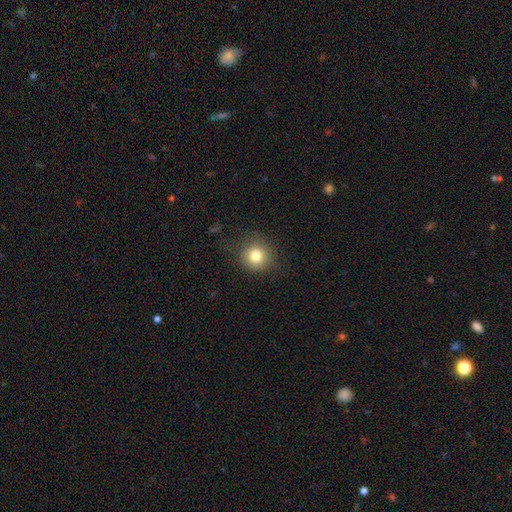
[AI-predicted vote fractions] A smooth galaxy with no disk features (80%) that is round (91%).

Vote fractions:
- Smooth or featured? smooth: 80% / star or artifact: 12% / featured or disk: 8%
- How rounded? round: 91% / in between: 8% / cigar-shaped: 1%
- Merging? none: 84% / minor disturbance: 11% / major disturbance: 4% / merger: 1%